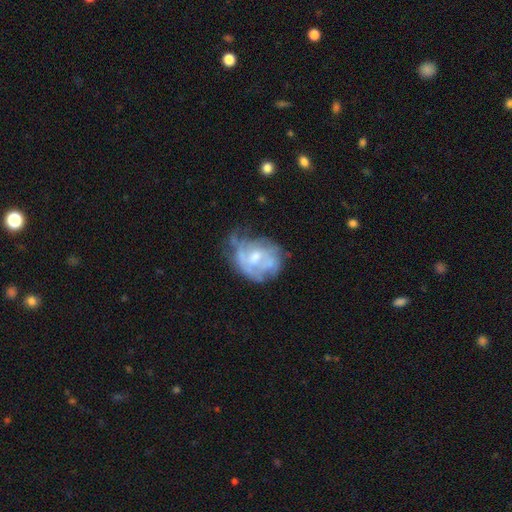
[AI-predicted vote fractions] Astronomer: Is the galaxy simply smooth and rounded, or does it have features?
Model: featured or disk — 65%.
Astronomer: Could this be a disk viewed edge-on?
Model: no — 98%.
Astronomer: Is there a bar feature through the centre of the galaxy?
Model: no — 66%.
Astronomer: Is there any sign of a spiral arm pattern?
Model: no — 52% (runner-up: yes, 48%).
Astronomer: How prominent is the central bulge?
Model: moderate — 53%.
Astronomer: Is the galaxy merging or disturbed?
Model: none — 32% (runner-up: major disturbance, 31%).